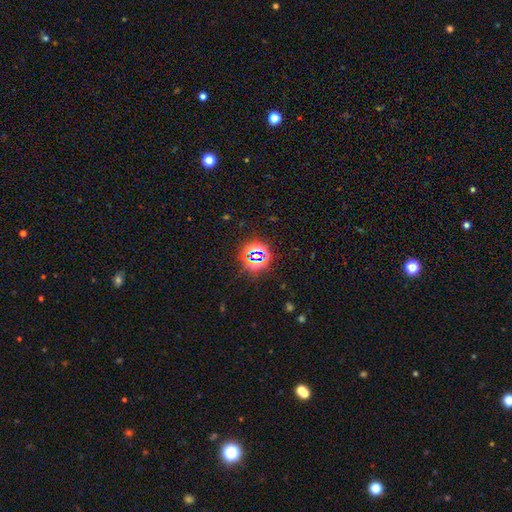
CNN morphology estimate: Overall: star or artifact (73%).